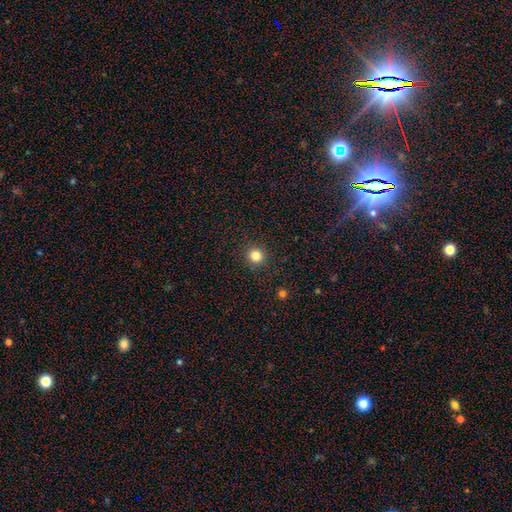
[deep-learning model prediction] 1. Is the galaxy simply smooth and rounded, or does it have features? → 83% smooth, 13% star or artifact, 5% featured or disk.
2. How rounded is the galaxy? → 94% round, 5% in between, 1% cigar-shaped.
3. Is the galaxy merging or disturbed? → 92% none, 5% minor disturbance, 2% major disturbance, 1% merger.